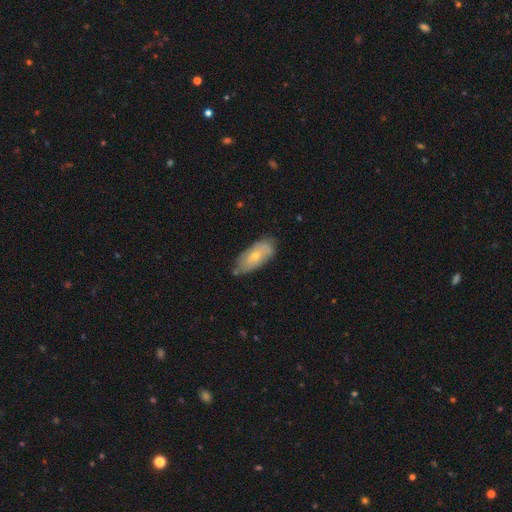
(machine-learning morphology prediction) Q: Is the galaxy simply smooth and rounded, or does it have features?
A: smooth — 53%.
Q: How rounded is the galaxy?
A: in between — 85%.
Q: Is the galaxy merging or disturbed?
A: none — 67%.